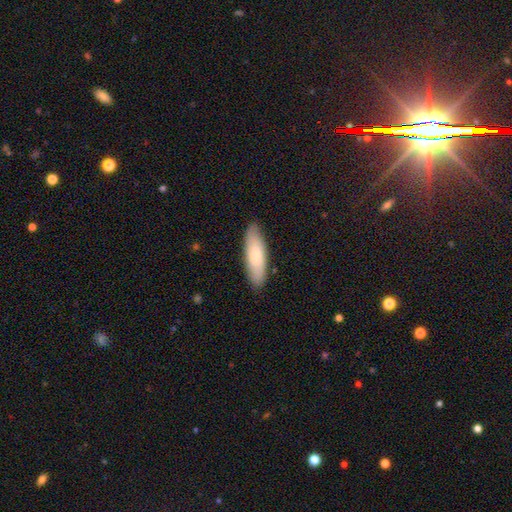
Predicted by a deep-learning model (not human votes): smooth-or-featured: smooth: 75% | featured or disk: 19% | star or artifact: 5%
  how-rounded: in between: 52% | cigar-shaped: 46% | round: 2%
  merging: none: 87% | minor disturbance: 10% | major disturbance: 2% | merger: 1%